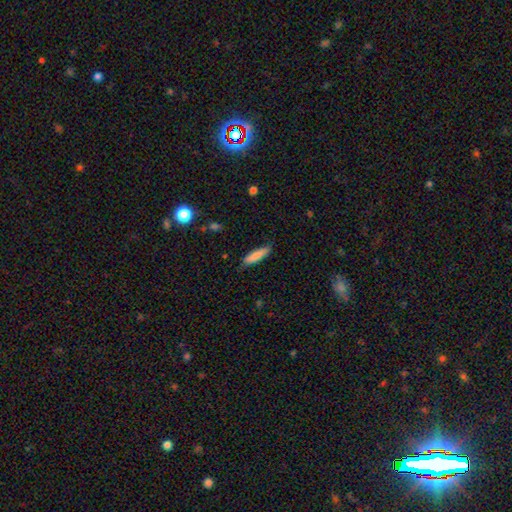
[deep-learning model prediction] This is clearly a smooth galaxy (82%). How rounded: likely cigar-shaped (74%). Merging: likely none (79%).